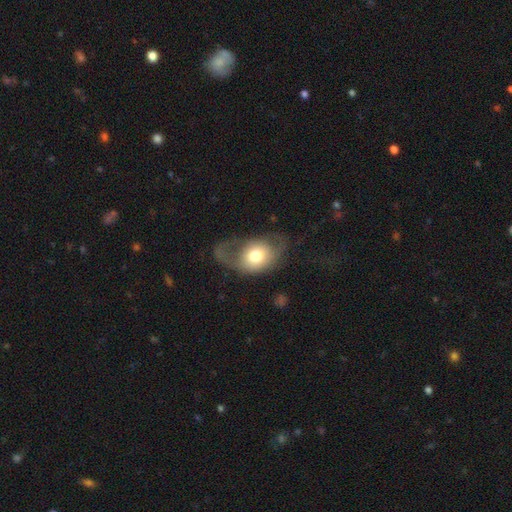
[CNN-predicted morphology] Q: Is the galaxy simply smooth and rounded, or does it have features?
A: smooth — 60%.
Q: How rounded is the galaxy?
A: in between — 65%.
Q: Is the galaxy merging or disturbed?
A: major disturbance — 44%.